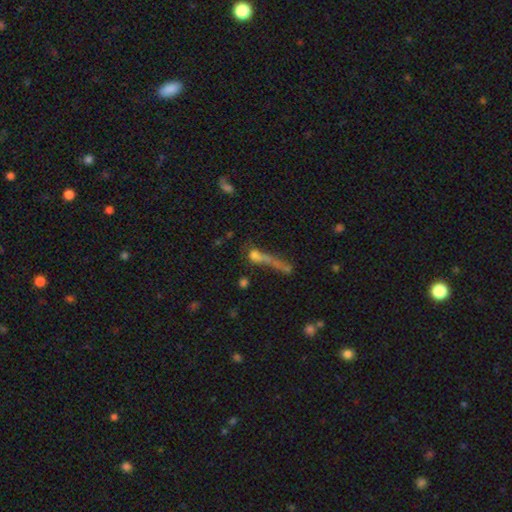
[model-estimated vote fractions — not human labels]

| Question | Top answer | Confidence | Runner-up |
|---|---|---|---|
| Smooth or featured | smooth | 52% | featured or disk (28%) |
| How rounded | cigar-shaped | 45% | in between (31%) |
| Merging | merger | 35% | major disturbance (27%) |